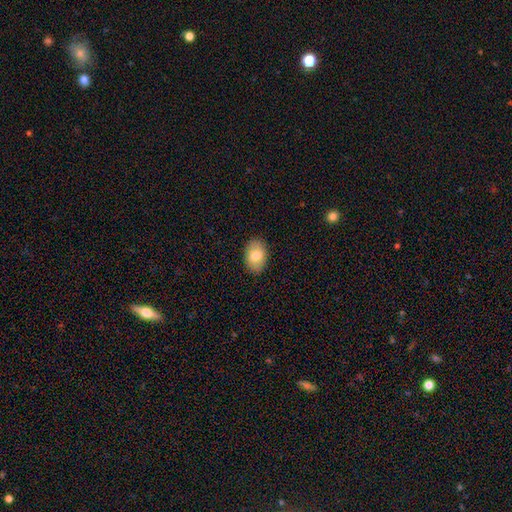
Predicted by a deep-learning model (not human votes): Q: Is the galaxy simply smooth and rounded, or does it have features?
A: smooth — 79%.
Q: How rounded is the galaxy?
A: in between — 85%.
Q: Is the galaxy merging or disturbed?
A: none — 89%.